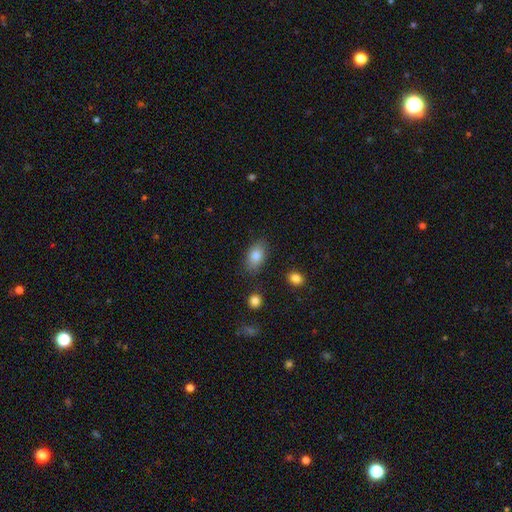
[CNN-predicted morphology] Smooth or featured? smooth (83%)
How rounded? in between (89%)
Merging? none (81%)